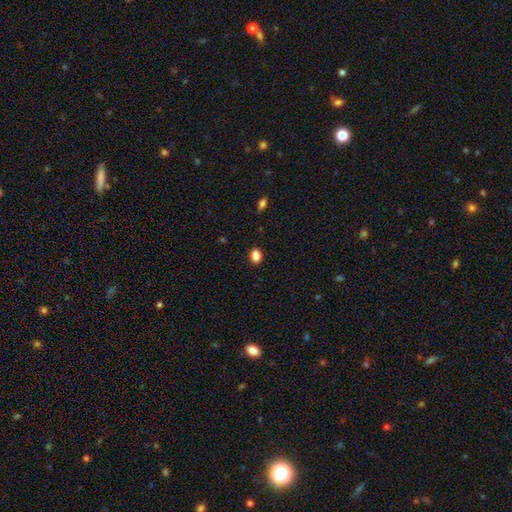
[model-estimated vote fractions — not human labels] This appears to be a smooth galaxy with no disk features (86%) that is in between round and cigar-shaped (66%). Merging: none (89%).